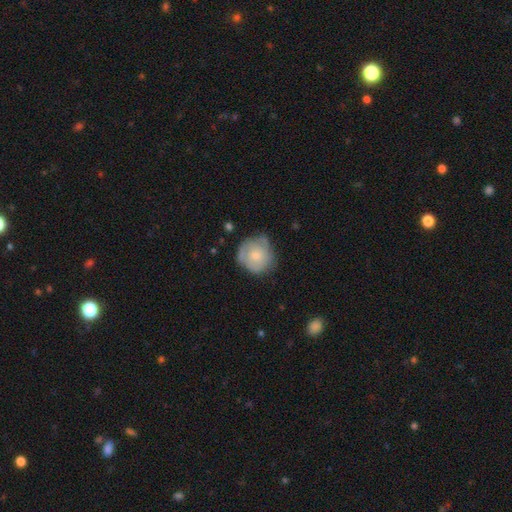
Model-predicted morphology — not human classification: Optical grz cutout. It shows a smooth galaxy with no disk features (56%) that is round (86%). Merging: none (58%).